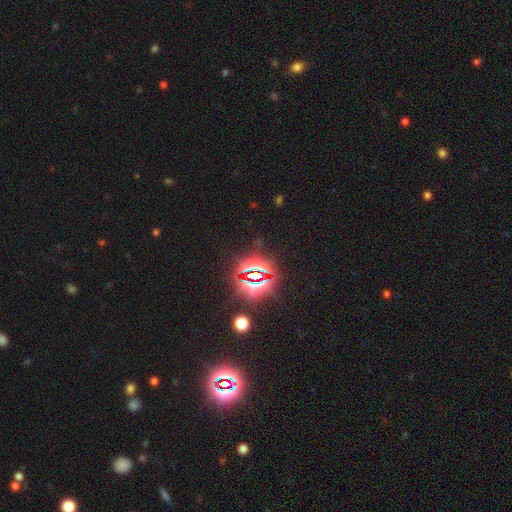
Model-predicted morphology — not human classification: Smooth or featured? star or artifact (83%)